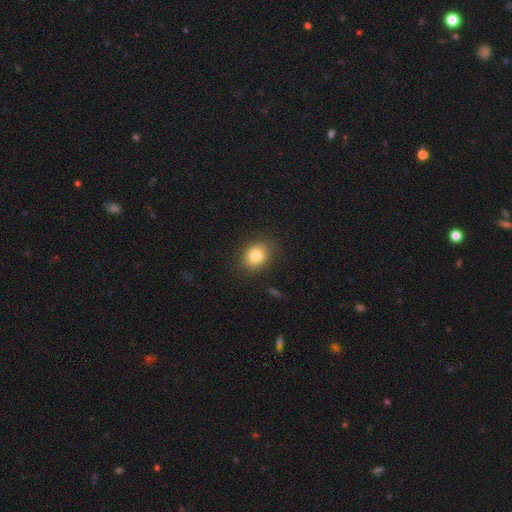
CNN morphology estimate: Smooth or featured: smooth — 82% (star or artifact — 10%)
How rounded: round — 58% (in between — 41%)
Merging: none — 87% (minor disturbance — 9%)